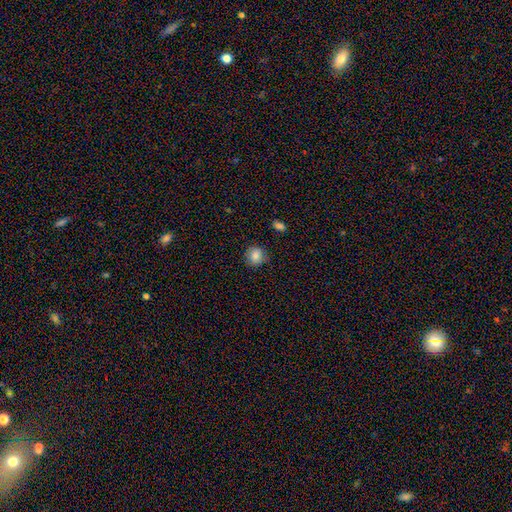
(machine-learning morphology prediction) A smooth galaxy with no disk features (85%) that is round (88%).

Vote fractions:
- Smooth or featured? smooth: 85% / star or artifact: 9% / featured or disk: 5%
- How rounded? round: 88% / in between: 11% / cigar-shaped: 1%
- Merging? none: 85% / minor disturbance: 11% / major disturbance: 3% / merger: 2%